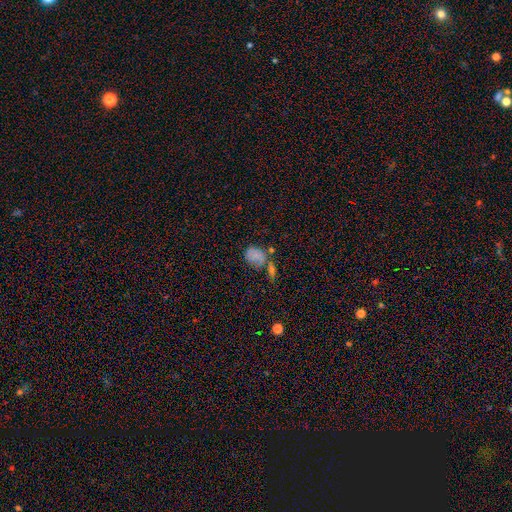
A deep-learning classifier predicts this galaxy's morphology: Smooth or featured? Predicted: smooth (p=0.70). How rounded? Predicted: in between (p=0.64). Merging? Predicted: none (p=0.41).